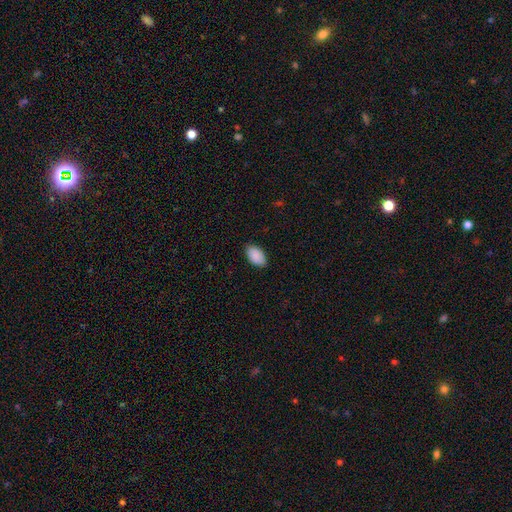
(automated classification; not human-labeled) Q: Smooth or featured?
A: smooth (91%); runner-up: star or artifact (6%)
Q: How rounded?
A: in between (95%); runner-up: round (4%)
Q: Merging?
A: none (86%); runner-up: minor disturbance (11%)